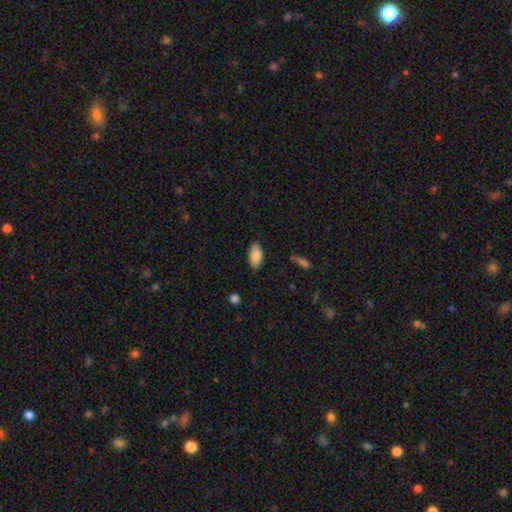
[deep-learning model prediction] A smooth galaxy with no disk features (88%) that is in between round and cigar-shaped (93%). Merging: none (82%).